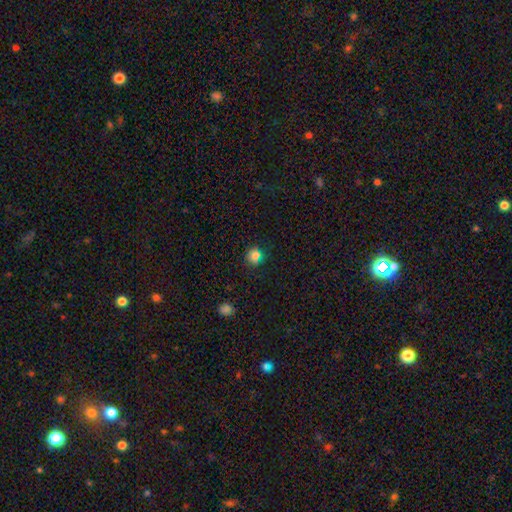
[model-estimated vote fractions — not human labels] This is clearly a smooth galaxy (80%). How rounded: clearly round (85%). Merging: clearly none (82%).